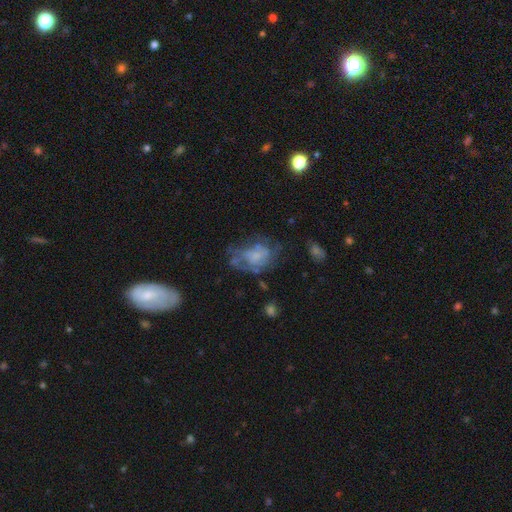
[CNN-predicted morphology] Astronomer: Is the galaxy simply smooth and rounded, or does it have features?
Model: featured or disk — 59%.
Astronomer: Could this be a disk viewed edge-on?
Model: no — 97%.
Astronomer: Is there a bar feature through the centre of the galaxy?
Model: no — 77%.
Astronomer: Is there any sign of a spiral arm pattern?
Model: yes — 55% (runner-up: no, 45%).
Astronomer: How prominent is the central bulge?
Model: none — 37%, tied with small at 37%.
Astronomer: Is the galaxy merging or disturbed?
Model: none — 42% (runner-up: major disturbance, 29%).